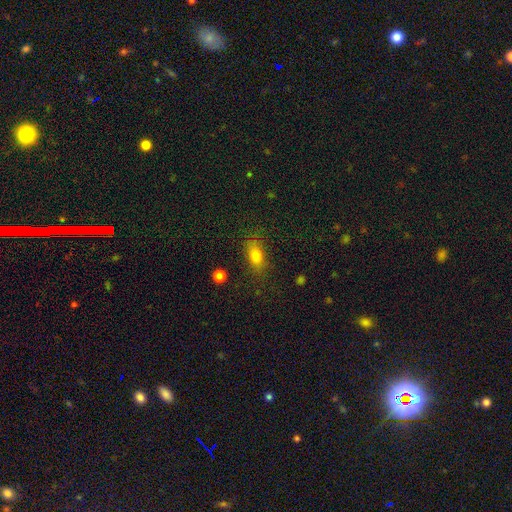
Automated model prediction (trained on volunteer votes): A smooth galaxy with no disk features (79%) that is in between round and cigar-shaped (76%). Merging: none (77%).